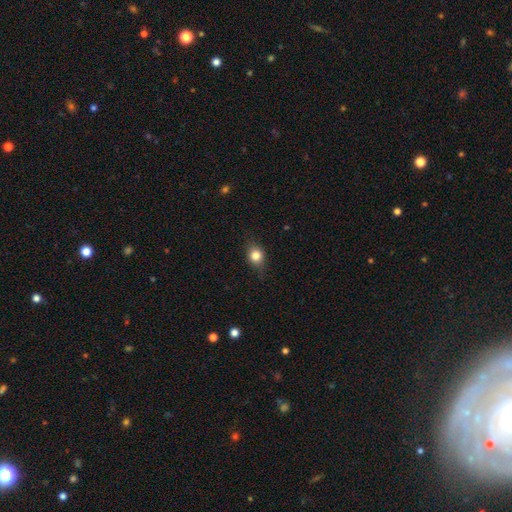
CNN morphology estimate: Smooth or featured? Predicted: smooth (p=0.79). How rounded? Predicted: round (p=0.51). Merging? Predicted: none (p=0.80).